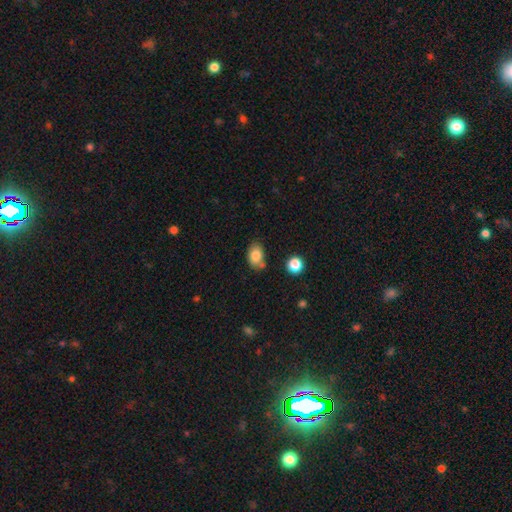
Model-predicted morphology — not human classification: Overall: smooth (83%). How rounded: in between (78%). Merging: none (64%).